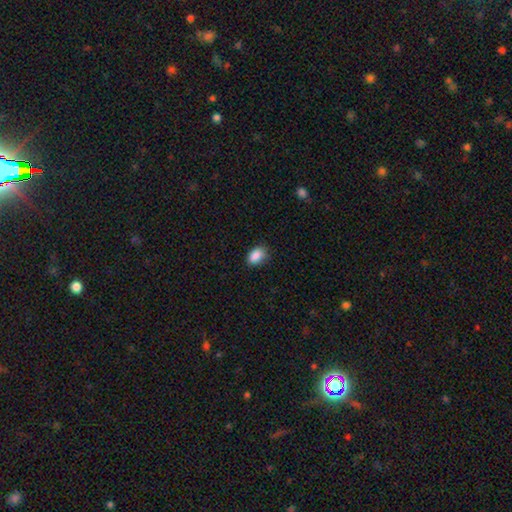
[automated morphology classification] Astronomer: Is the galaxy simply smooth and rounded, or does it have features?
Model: smooth — 88%.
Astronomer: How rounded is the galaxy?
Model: in between — 82%.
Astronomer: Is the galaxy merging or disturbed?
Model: none — 78%.